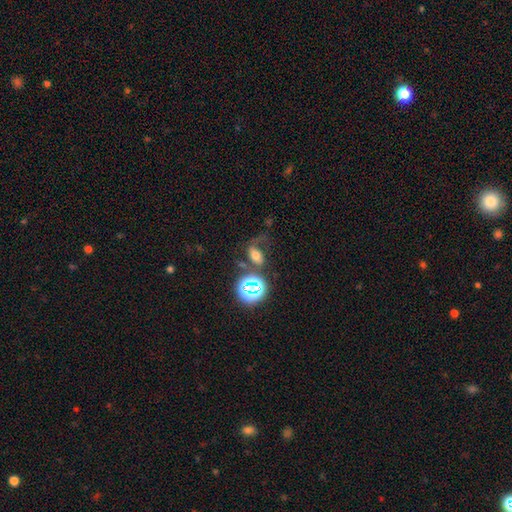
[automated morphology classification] Smooth or featured: smooth — 47% (featured or disk — 29%)
Merging: none — 41% (major disturbance — 26%)